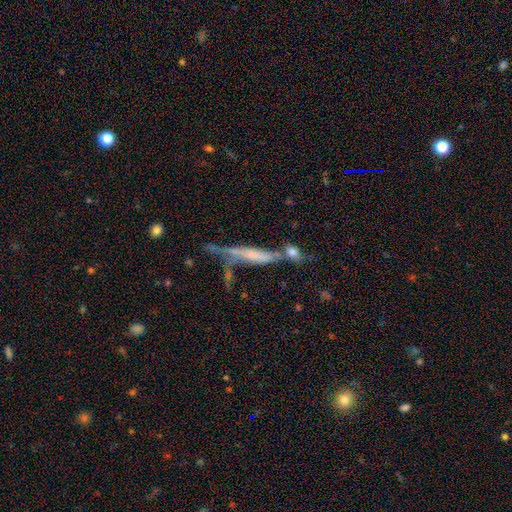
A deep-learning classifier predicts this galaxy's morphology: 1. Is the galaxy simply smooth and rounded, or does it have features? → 54% featured or disk, 33% smooth, 13% star or artifact.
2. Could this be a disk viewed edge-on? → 81% yes, 19% no.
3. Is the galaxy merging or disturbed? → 46% none, 25% merger, 17% minor disturbance, 12% major disturbance.